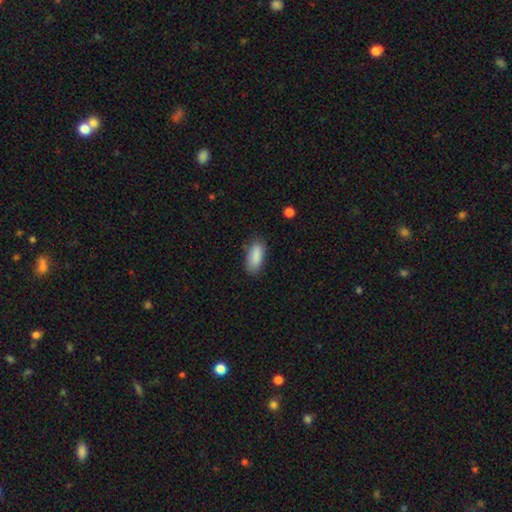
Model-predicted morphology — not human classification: Q: Smooth or featured?
A: smooth (87%); runner-up: star or artifact (7%)
Q: How rounded?
A: in between (81%); runner-up: cigar-shaped (17%)
Q: Merging?
A: none (77%); runner-up: minor disturbance (18%)